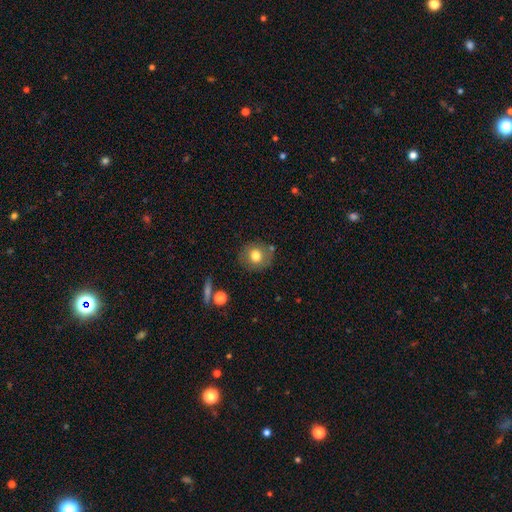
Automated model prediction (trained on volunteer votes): A smooth galaxy with no disk features (75%) that is round (86%).

Vote fractions:
- Smooth or featured? smooth: 75% / featured or disk: 15% / star or artifact: 10%
- How rounded? round: 86% / in between: 13% / cigar-shaped: 1%
- Merging? none: 81% / minor disturbance: 12% / merger: 4% / major disturbance: 4%